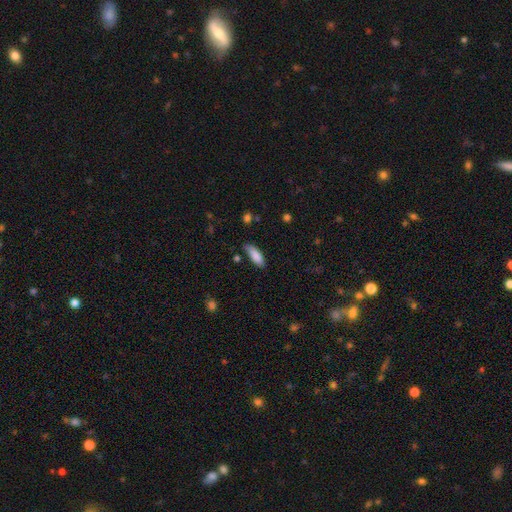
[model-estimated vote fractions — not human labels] A smooth galaxy with no disk features (86%) that is in between round and cigar-shaped (69%). Merging: none (76%).